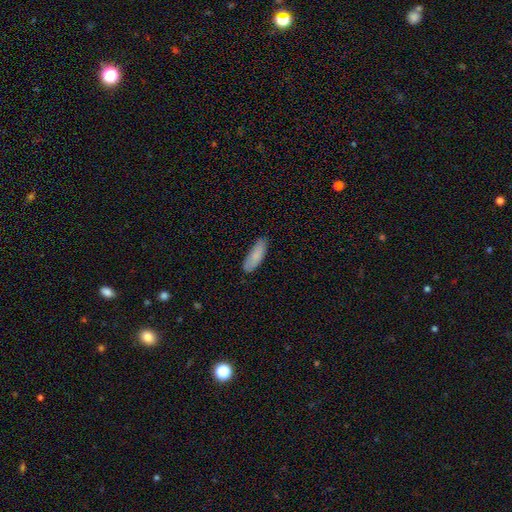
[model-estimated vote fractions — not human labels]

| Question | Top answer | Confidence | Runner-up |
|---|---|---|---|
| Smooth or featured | smooth | 85% | featured or disk (9%) |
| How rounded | in between | 60% | cigar-shaped (38%) |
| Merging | none | 79% | minor disturbance (17%) |